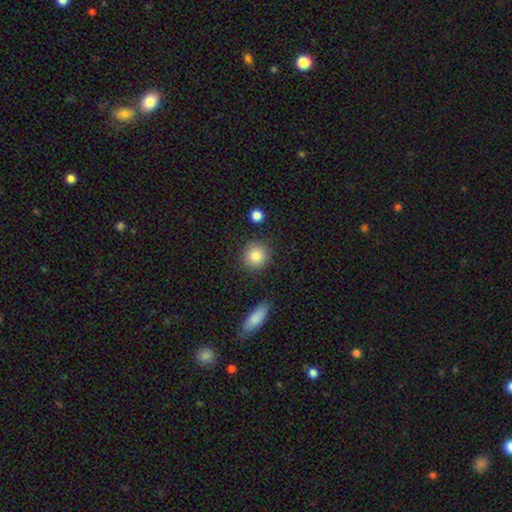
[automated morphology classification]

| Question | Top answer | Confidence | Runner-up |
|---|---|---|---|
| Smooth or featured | smooth | 86% | star or artifact (8%) |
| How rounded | round | 90% | in between (9%) |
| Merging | none | 86% | minor disturbance (8%) |